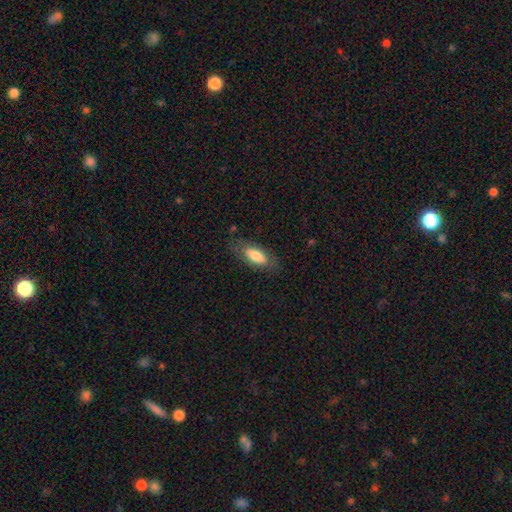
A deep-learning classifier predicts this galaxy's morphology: Smooth or featured? Predicted: smooth (p=0.75). How rounded? Predicted: in between (p=0.80). Merging? Predicted: none (p=0.74).